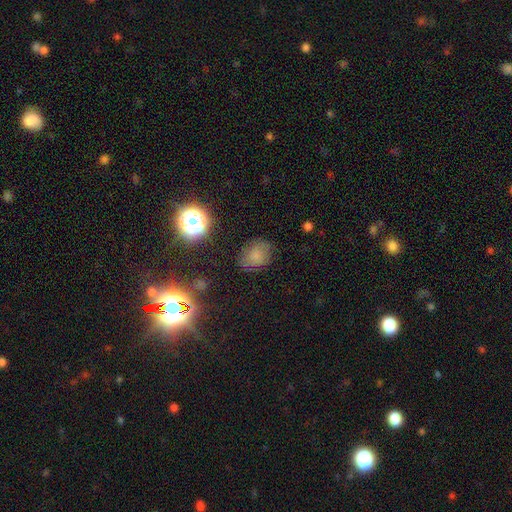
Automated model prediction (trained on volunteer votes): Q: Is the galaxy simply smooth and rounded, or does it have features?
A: smooth — 67%.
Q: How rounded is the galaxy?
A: in between — 55%.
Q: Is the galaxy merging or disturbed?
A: none — 73%.